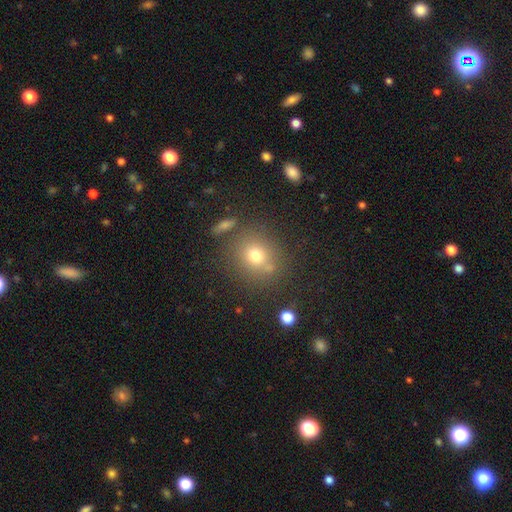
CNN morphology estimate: smooth-or-featured: smooth: 70% | star or artifact: 17% | featured or disk: 12%
  how-rounded: round: 81% | in between: 17% | cigar-shaped: 1%
  merging: none: 74% | minor disturbance: 11% | merger: 10% | major disturbance: 4%